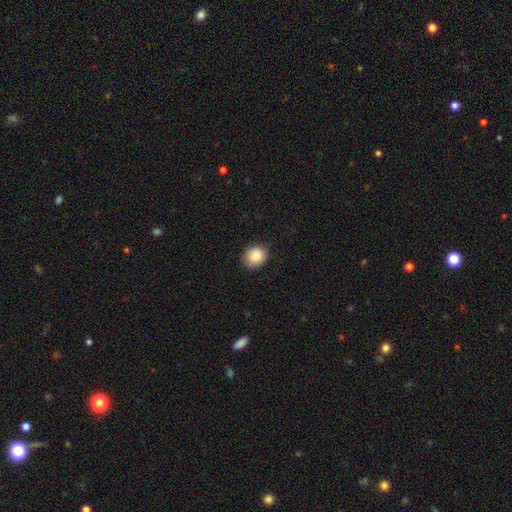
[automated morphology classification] Overall: smooth (88%). How rounded: round (59%; in between 40%). Merging: none (80%).